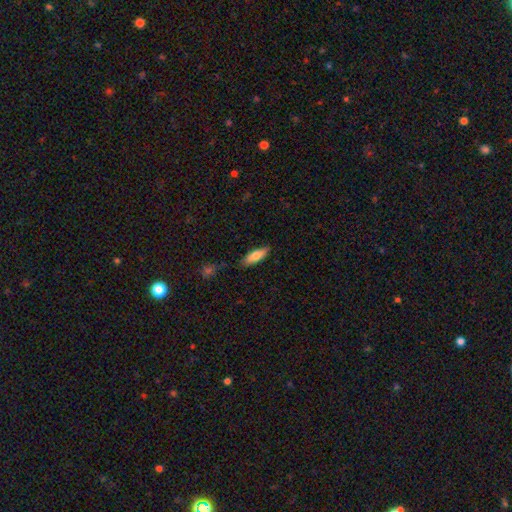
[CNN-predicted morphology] Smooth or featured? Predicted: smooth (p=0.77). How rounded? Predicted: in between (p=0.54). Merging? Predicted: none (p=0.81).